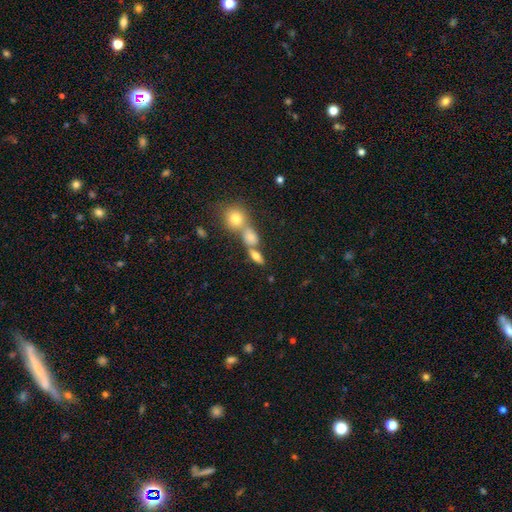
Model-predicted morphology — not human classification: Overall: smooth (63%; featured or disk 24%). How rounded: in between (66%). Merging: none (46%; merger 39%).